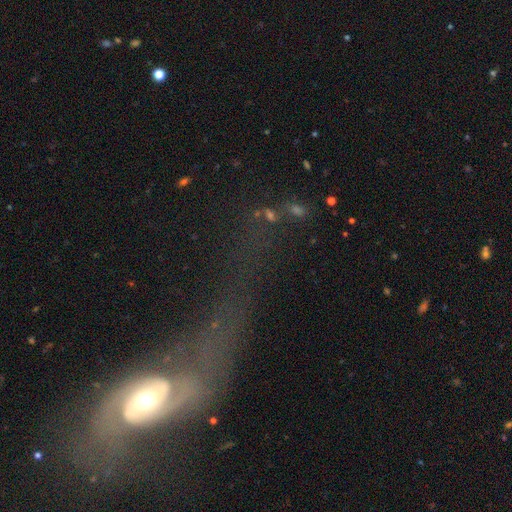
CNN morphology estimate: smooth-or-featured: featured or disk: 41% | star or artifact: 32% | smooth: 27%
  merging: major disturbance: 34% | none: 31% | merger: 21% | minor disturbance: 13%